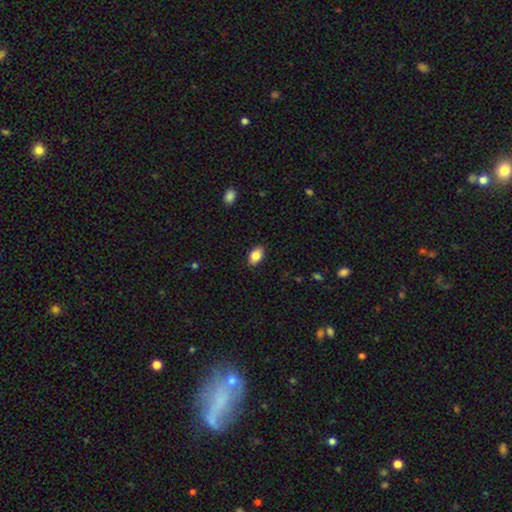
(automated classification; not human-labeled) Overall: smooth (86%). How rounded: in between (89%). Merging: none (87%).